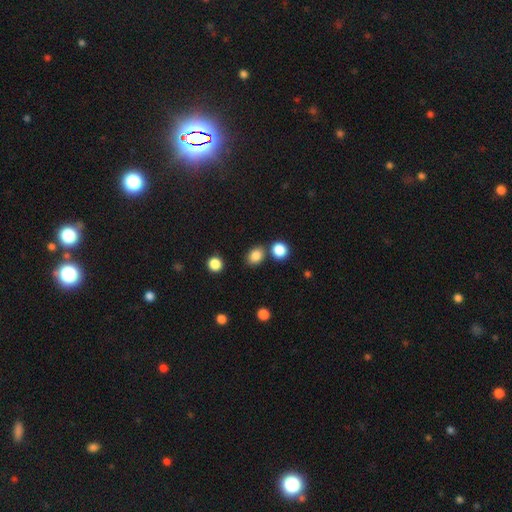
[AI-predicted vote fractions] This is clearly a smooth galaxy (84%). How rounded: possibly in between (57%). Merging: likely none (74%).